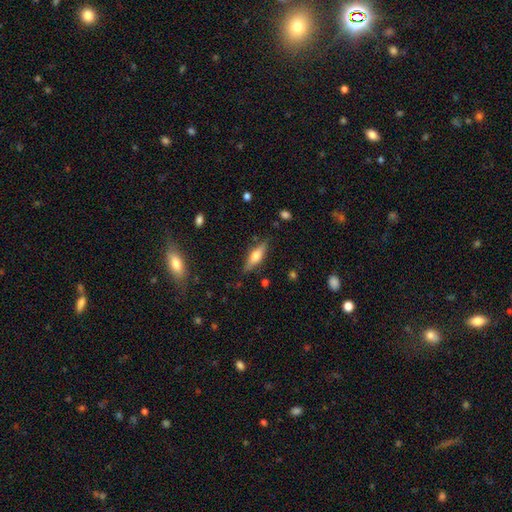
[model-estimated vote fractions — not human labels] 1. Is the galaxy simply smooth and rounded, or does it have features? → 49% smooth, 44% featured or disk, 7% star or artifact.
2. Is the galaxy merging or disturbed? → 83% none, 12% minor disturbance, 3% major disturbance, 2% merger.